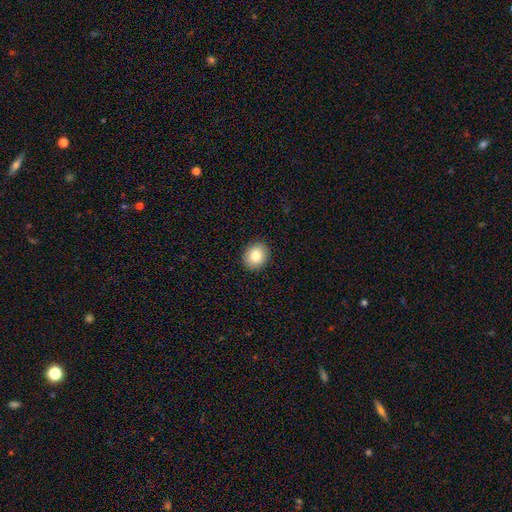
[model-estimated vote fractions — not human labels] Q: Smooth or featured?
A: smooth (84%); runner-up: featured or disk (8%)
Q: How rounded?
A: round (62%); runner-up: in between (37%)
Q: Merging?
A: none (90%); runner-up: minor disturbance (7%)